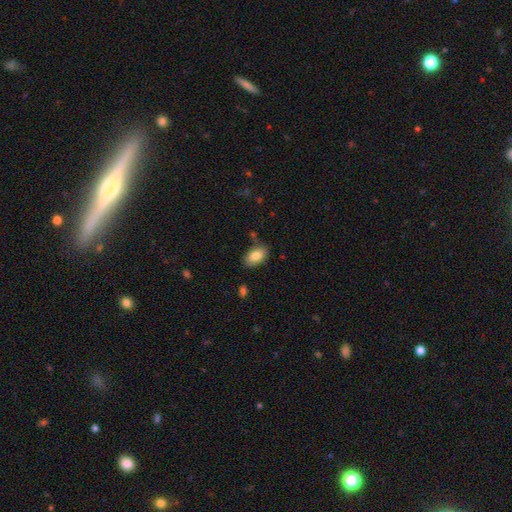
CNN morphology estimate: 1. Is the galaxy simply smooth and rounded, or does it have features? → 85% smooth, 8% featured or disk, 7% star or artifact.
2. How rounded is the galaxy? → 92% in between, 6% round, 2% cigar-shaped.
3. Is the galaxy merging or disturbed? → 80% none, 14% minor disturbance, 3% major disturbance, 3% merger.